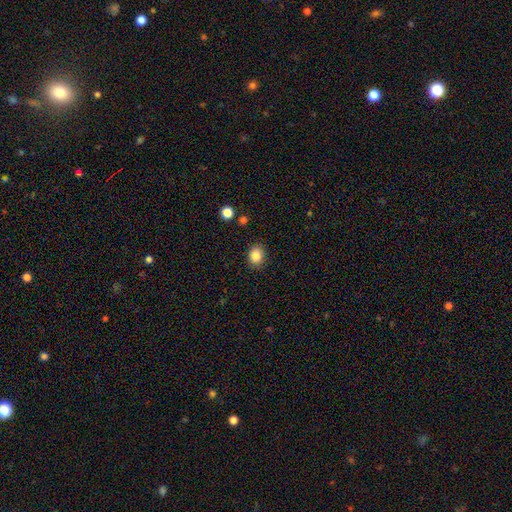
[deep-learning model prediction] Smooth or featured?
  - smooth: 85% *
  - star or artifact: 10%
  - featured or disk: 5%
How rounded?
  - round: 55% *
  - in between: 44%
  - cigar-shaped: 1%
Merging?
  - none: 87% *
  - minor disturbance: 9%
  - major disturbance: 2%
  - merger: 1%